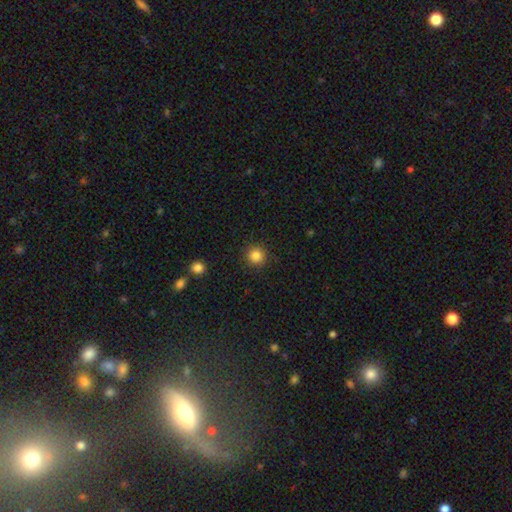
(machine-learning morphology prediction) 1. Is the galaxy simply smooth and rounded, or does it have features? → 85% smooth, 11% star or artifact, 4% featured or disk.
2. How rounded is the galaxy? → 95% round, 4% in between, 1% cigar-shaped.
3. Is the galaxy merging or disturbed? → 91% none, 6% minor disturbance, 2% major disturbance, 1% merger.